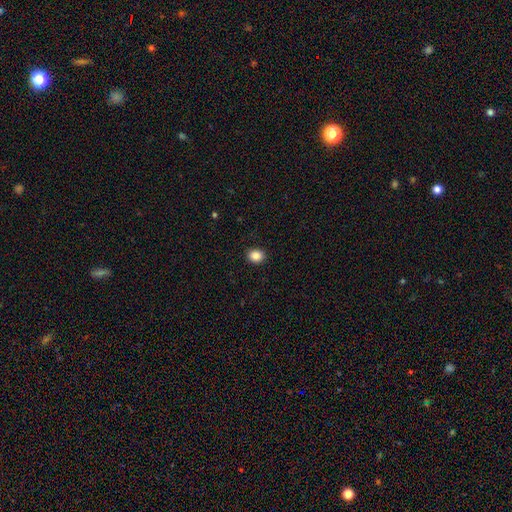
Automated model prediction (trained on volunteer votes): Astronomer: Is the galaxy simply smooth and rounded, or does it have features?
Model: smooth — 87%.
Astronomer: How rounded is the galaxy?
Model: round — 57% (runner-up: in between, 42%).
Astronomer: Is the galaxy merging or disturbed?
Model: none — 91%.